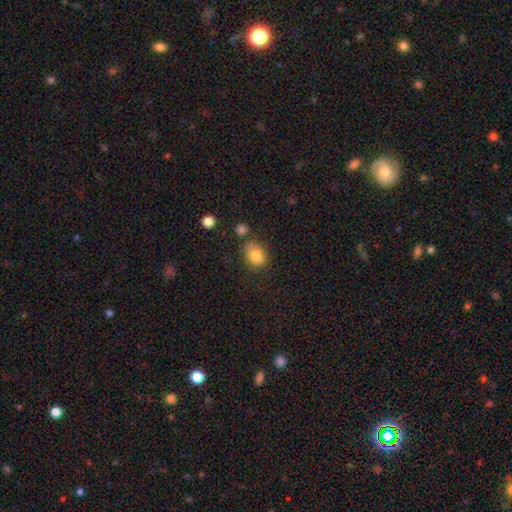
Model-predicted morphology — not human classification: Smooth or featured? smooth (82%)
How rounded? in between (57%)
Merging? none (64%)